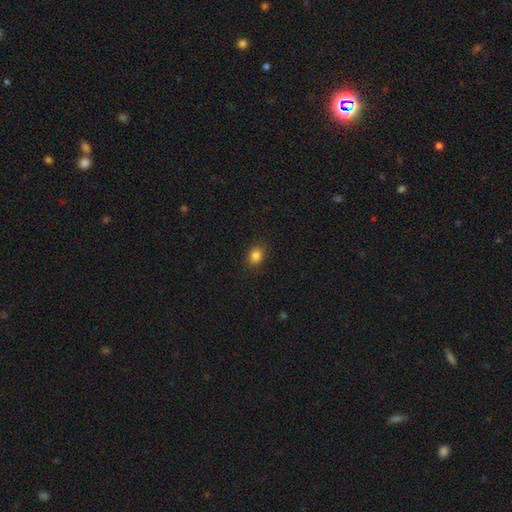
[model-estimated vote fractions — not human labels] A smooth galaxy with no disk features (84%) that is round (50%). Merging: none (88%).